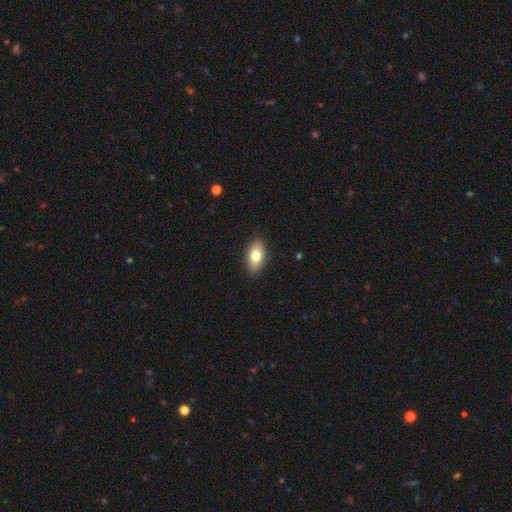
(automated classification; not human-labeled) Smooth or featured: smooth — 77% (featured or disk — 16%)
How rounded: in between — 90% (round — 6%)
Merging: none — 89% (minor disturbance — 8%)